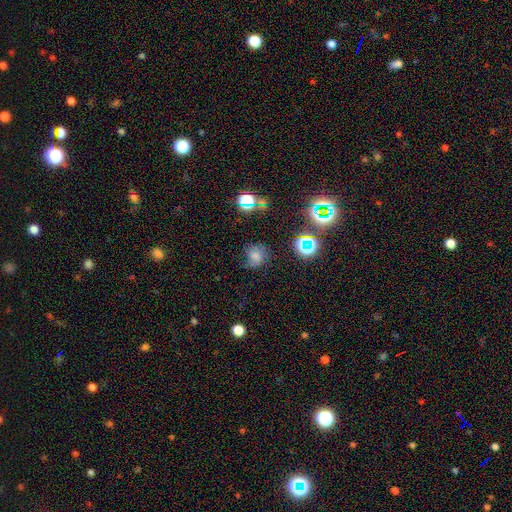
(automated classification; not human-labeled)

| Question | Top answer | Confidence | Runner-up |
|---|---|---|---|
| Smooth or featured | smooth | 55% | star or artifact (23%) |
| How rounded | round | 75% | in between (24%) |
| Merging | none | 54% | minor disturbance (27%) |